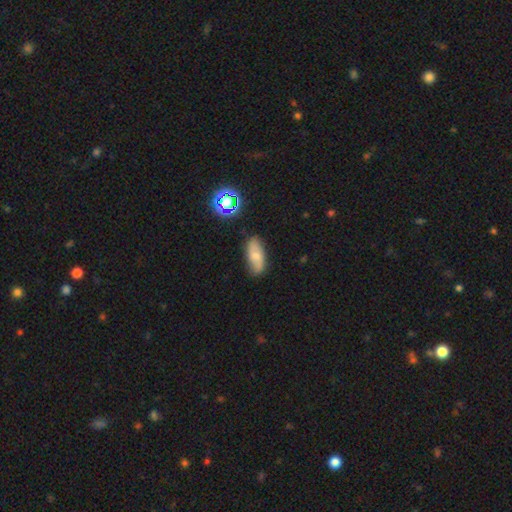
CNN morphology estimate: smooth 62%, featured or disk 27%, star or artifact 11%. Down the decision tree: how rounded — in between (83%); merging — none (74%).